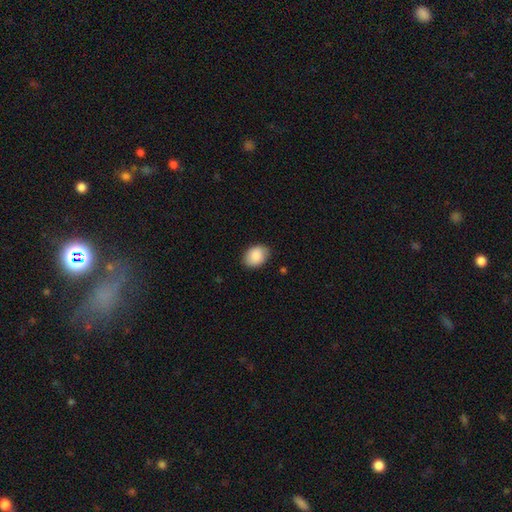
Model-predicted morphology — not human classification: Smooth or featured: smooth — 88% (star or artifact — 7%)
How rounded: in between — 74% (round — 26%)
Merging: none — 85% (minor disturbance — 11%)